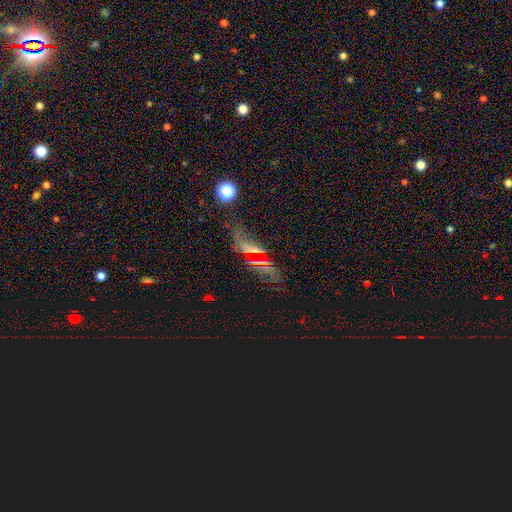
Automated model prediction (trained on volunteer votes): The model was most divided on "smooth or featured": star or artifact: 42%, smooth: 33%, featured or disk: 25%.